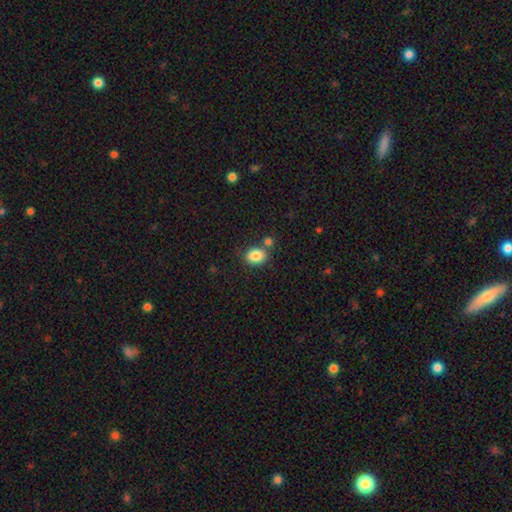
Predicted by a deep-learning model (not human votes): A smooth galaxy with no disk features (85%) that is in between round and cigar-shaped (68%). Merging: none (69%).